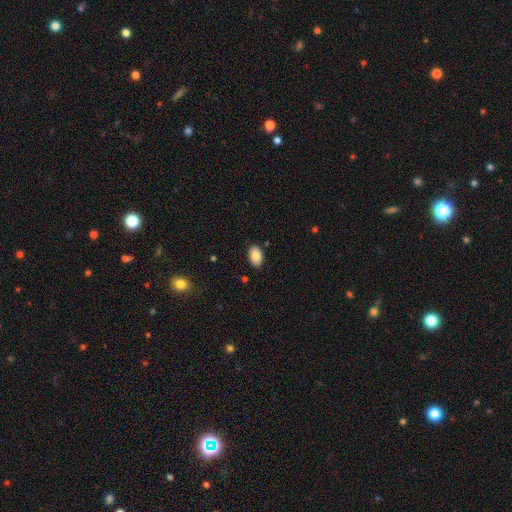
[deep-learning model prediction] Q: Smooth or featured?
A: smooth (86%); runner-up: star or artifact (7%)
Q: How rounded?
A: in between (93%); runner-up: round (6%)
Q: Merging?
A: none (87%); runner-up: minor disturbance (10%)